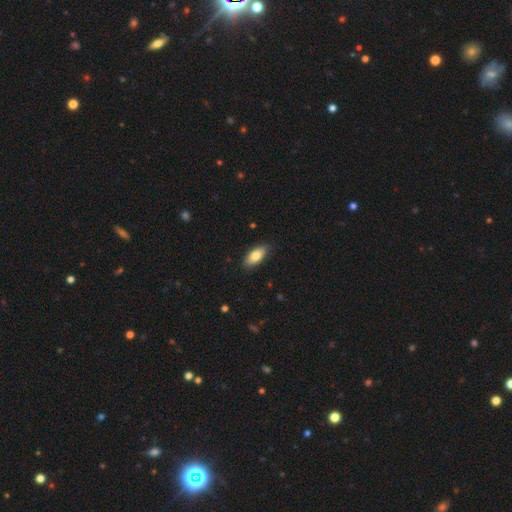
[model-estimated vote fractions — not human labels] Morphology: type=smooth (79%); roundness=in between (85%); merging=none (87%).